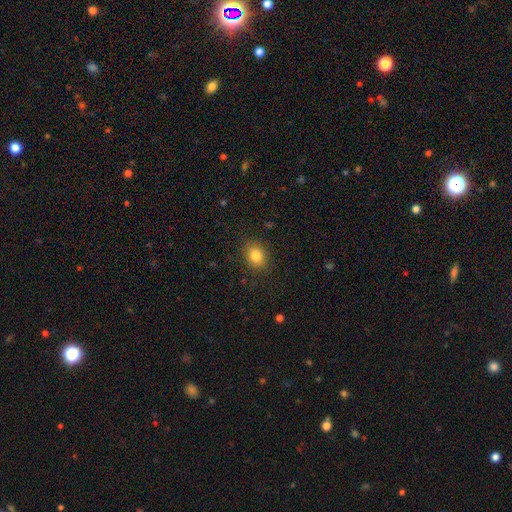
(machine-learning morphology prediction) A smooth galaxy with no disk features (83%) that is round (52%).

Vote fractions:
- Smooth or featured? smooth: 83% / star or artifact: 10% / featured or disk: 7%
- How rounded? round: 52% / in between: 47% / cigar-shaped: 1%
- Merging? none: 85% / minor disturbance: 11% / major disturbance: 3% / merger: 1%